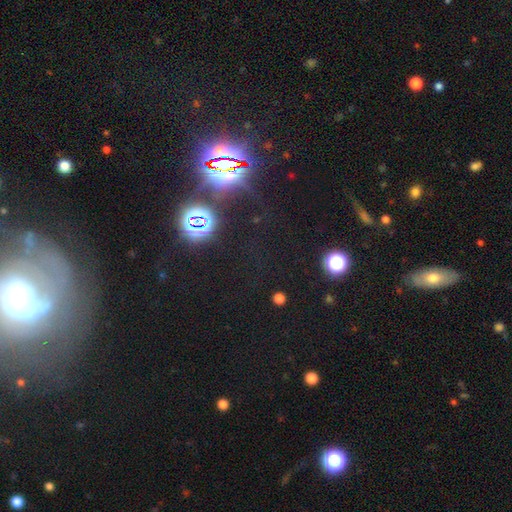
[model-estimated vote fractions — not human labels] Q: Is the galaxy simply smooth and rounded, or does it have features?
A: star or artifact — 60%.